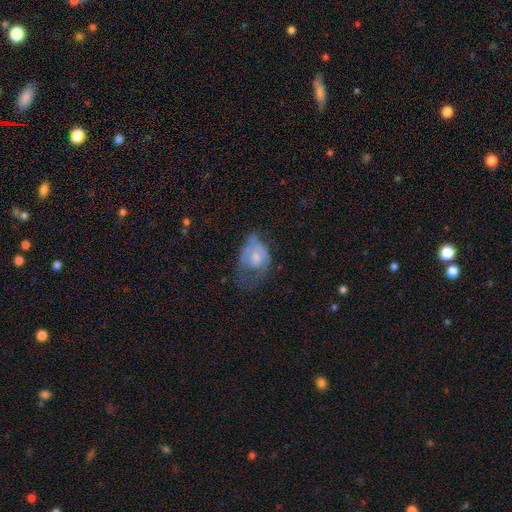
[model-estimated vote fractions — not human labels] This appears to be a smooth galaxy with no disk features (47%). Merging: major disturbance (49%).